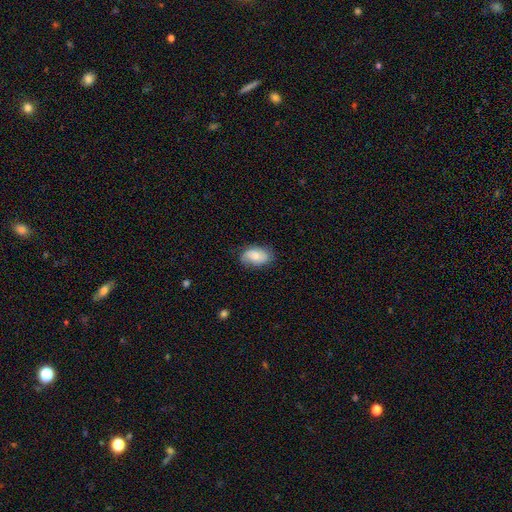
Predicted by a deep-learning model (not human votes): This appears to be a smooth galaxy with no disk features (64%) that is in between round and cigar-shaped (89%). Merging: none (74%).